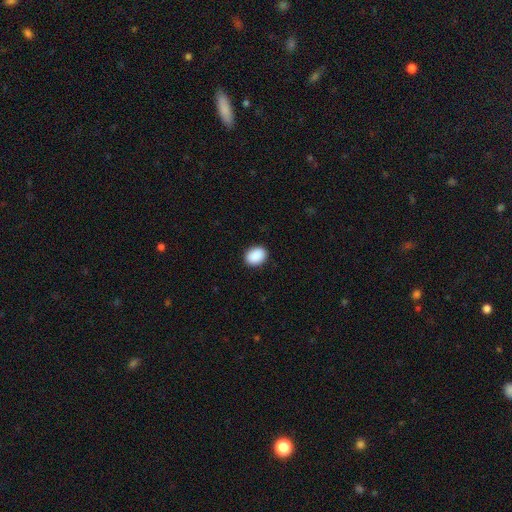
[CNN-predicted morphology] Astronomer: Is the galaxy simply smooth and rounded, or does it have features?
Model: smooth — 91%.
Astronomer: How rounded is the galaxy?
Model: in between — 63%.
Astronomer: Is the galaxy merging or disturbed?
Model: none — 90%.